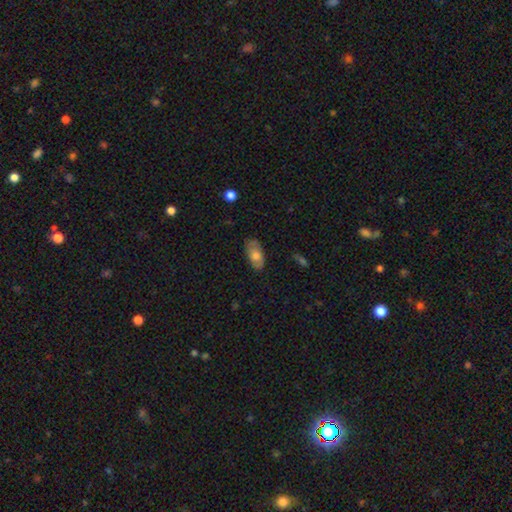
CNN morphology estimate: A smooth galaxy with no disk features (66%) that is in between round and cigar-shaped (92%). Merging: none (78%).